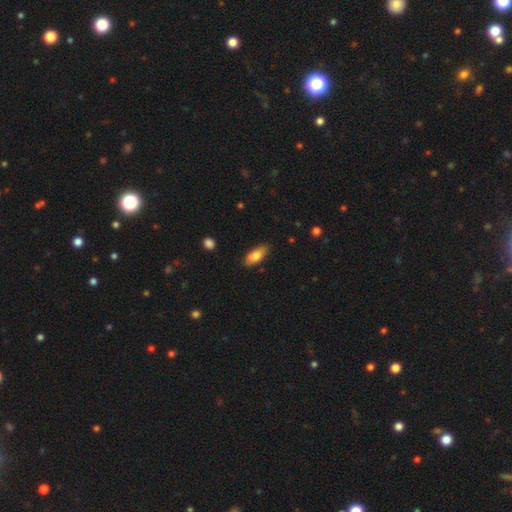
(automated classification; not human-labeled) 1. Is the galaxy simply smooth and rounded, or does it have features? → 77% smooth, 17% featured or disk, 7% star or artifact.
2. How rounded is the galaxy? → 81% in between, 16% cigar-shaped, 3% round.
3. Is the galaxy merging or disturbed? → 83% none, 13% minor disturbance, 2% major disturbance, 1% merger.